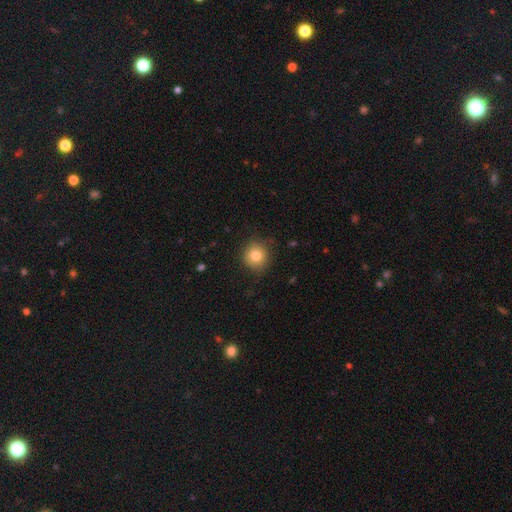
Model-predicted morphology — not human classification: Smooth or featured?
  - smooth: 82% *
  - star or artifact: 10%
  - featured or disk: 8%
How rounded?
  - round: 90% *
  - in between: 9%
  - cigar-shaped: 1%
Merging?
  - none: 83% *
  - minor disturbance: 12%
  - major disturbance: 3%
  - merger: 1%